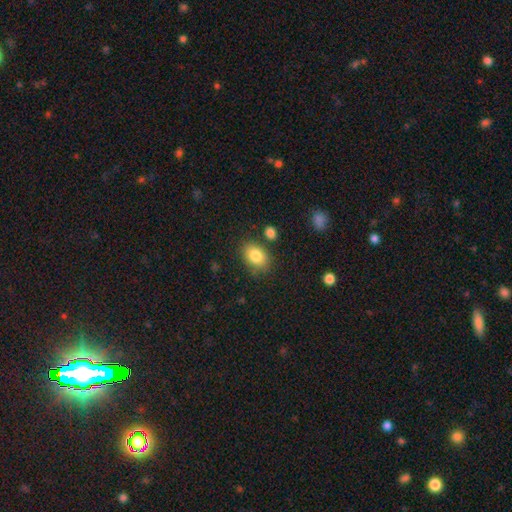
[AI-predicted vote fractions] This appears to be a smooth galaxy with no disk features (84%) that is in between round and cigar-shaped (80%). Merging: none (79%).